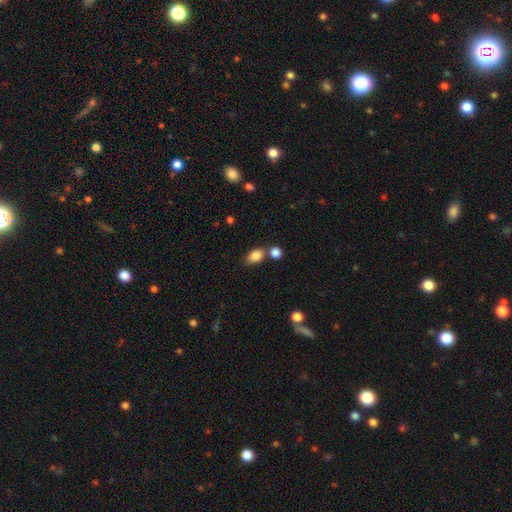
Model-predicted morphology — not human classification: A smooth galaxy with no disk features (86%) that is in between round and cigar-shaped (83%).

Vote fractions:
- Smooth or featured? smooth: 86% / star or artifact: 9% / featured or disk: 5%
- How rounded? in between: 83% / round: 16% / cigar-shaped: 2%
- Merging? none: 57% / merger: 24% / minor disturbance: 14% / major disturbance: 5%